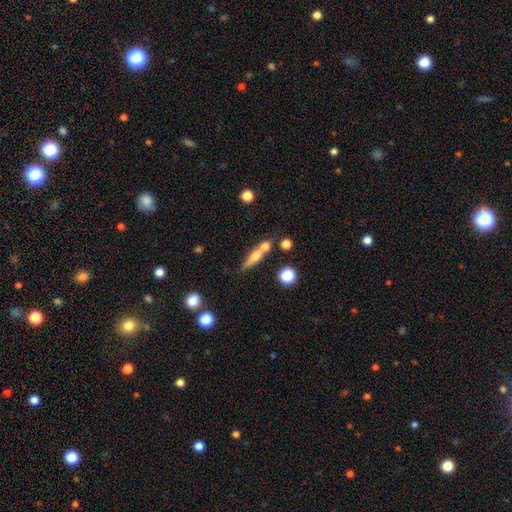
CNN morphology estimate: Smooth or featured?
  - smooth: 52% *
  - featured or disk: 39%
  - star or artifact: 10%
How rounded?
  - cigar-shaped: 64% *
  - in between: 27%
  - round: 9%
Merging?
  - none: 51% *
  - merger: 32%
  - minor disturbance: 12%
  - major disturbance: 5%